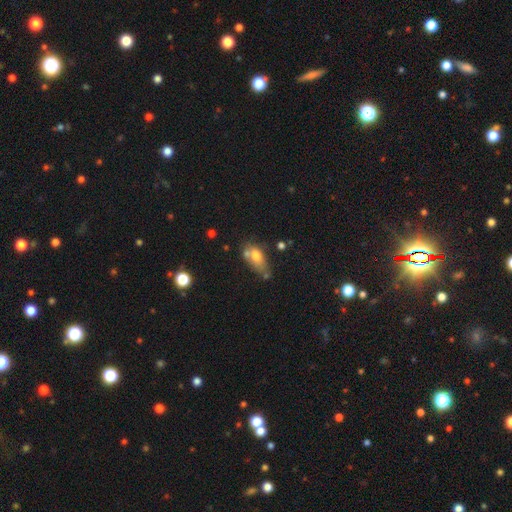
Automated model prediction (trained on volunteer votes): Smooth or featured: smooth — 69% (featured or disk — 22%)
How rounded: in between — 83% (round — 9%)
Merging: none — 36% (merger — 26%)